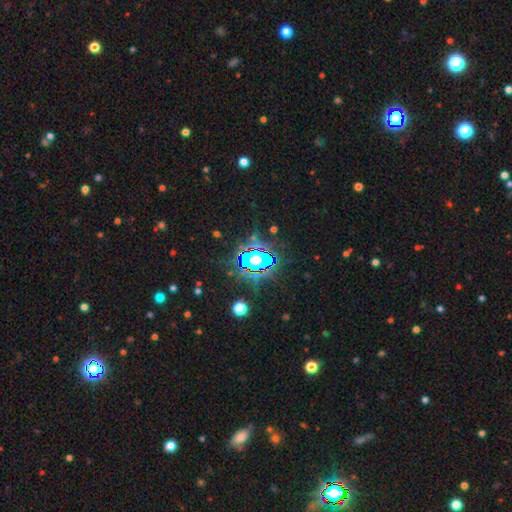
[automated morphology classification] This is clearly a star or artifact rather than a galaxy (81%).